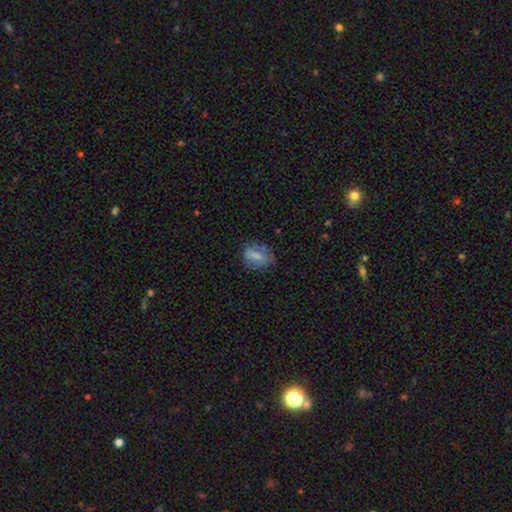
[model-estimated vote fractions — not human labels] Smooth or featured: smooth — 64% (featured or disk — 27%)
How rounded: in between — 73% (round — 23%)
Merging: none — 62% (minor disturbance — 25%)